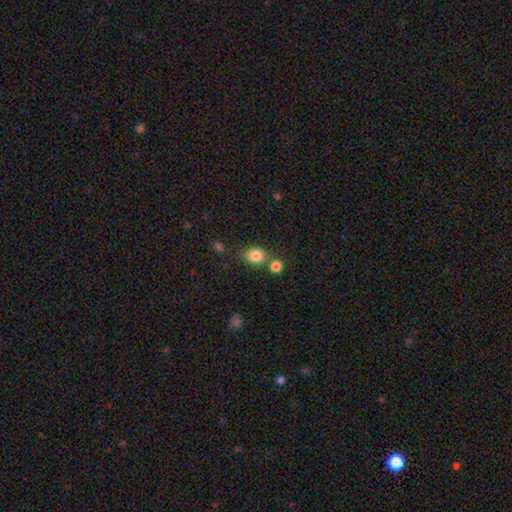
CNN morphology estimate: A smooth galaxy with no disk features (84%) that is round (53%). Merging: none (60%).